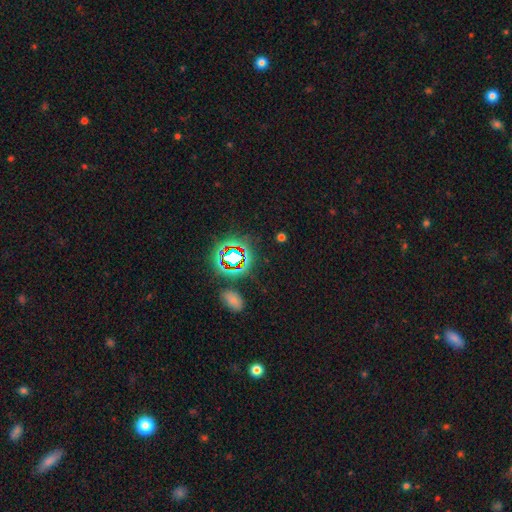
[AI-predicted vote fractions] Smooth or featured: star or artifact — 60% (smooth — 26%)